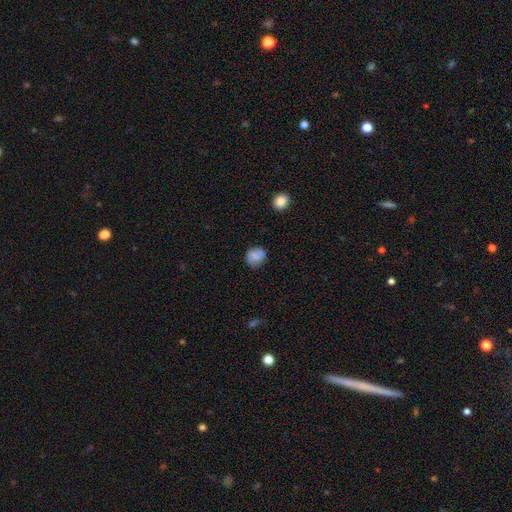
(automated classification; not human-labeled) Overall: smooth (70%). How rounded: round (76%). Merging: none (71%).